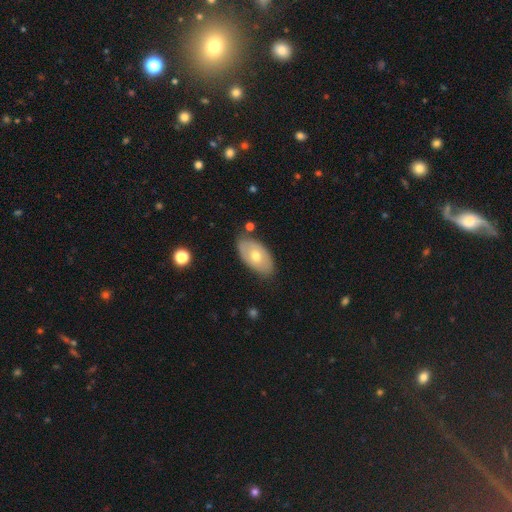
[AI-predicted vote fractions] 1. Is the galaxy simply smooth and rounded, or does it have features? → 55% smooth, 39% featured or disk, 6% star or artifact.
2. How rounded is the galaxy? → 93% in between, 5% round, 2% cigar-shaped.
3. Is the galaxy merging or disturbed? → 79% none, 15% minor disturbance, 3% major disturbance, 3% merger.